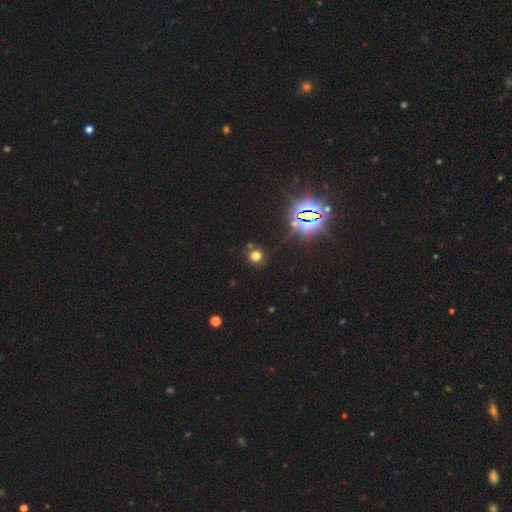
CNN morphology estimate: smooth_or_featured: smooth (p=0.66) [alt: star or artifact p=0.27]
how_rounded: round (p=0.90) [alt: in between p=0.09]
merging: none (p=0.80) [alt: minor disturbance p=0.10]